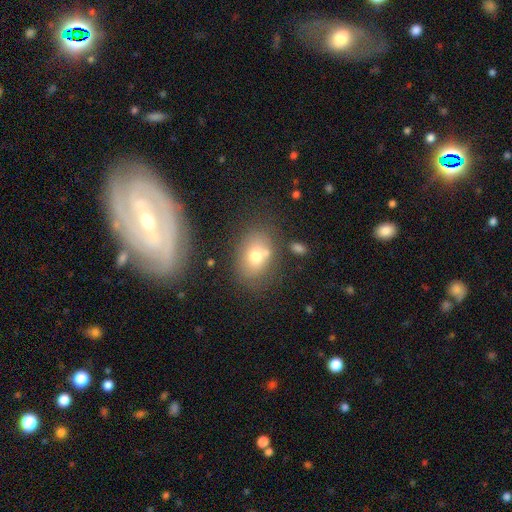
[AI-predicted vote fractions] The model was most divided on "merging": none: 62%, minor disturbance: 16%, merger: 16%, major disturbance: 6%. More confident: how rounded — in between (73%); smooth or featured — smooth (69%).